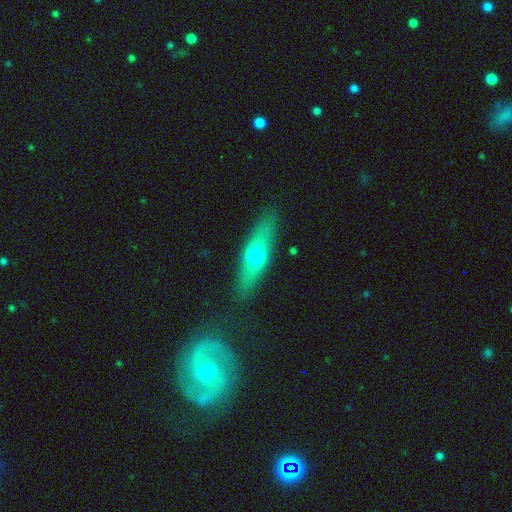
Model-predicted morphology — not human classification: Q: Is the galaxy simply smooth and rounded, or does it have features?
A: smooth — 56%.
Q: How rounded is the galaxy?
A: cigar-shaped — 60%.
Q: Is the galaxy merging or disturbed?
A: none — 85%.